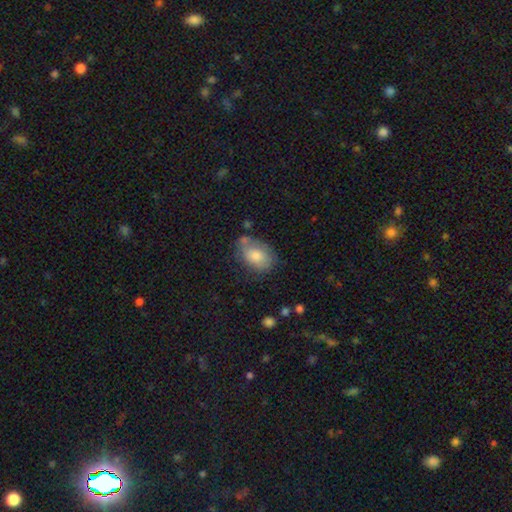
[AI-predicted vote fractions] The model was most divided on "merging": none: 59%, minor disturbance: 26%, major disturbance: 7%, merger: 7%. More confident: how rounded — in between (83%); smooth or featured — smooth (75%).